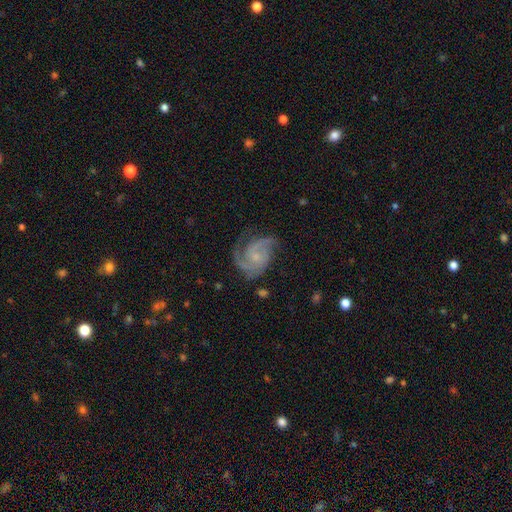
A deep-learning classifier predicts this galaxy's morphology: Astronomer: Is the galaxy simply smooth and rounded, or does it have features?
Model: featured or disk — 86%.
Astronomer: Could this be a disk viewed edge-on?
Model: no — 98%.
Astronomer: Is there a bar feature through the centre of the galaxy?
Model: no — 69%.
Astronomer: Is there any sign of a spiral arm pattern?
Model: yes — 97%.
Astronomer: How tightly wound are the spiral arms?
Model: medium — 49% (runner-up: tight, 35%).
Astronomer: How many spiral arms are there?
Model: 2 — 48% (runner-up: 3, 30%).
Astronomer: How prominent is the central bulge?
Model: small — 68%.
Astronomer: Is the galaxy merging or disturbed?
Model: none — 63%.